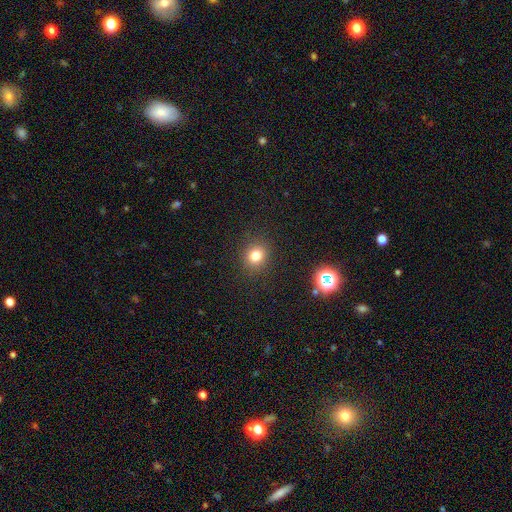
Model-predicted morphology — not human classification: A smooth galaxy with no disk features (79%) that is round (77%).

Vote fractions:
- Smooth or featured? smooth: 79% / star or artifact: 15% / featured or disk: 6%
- How rounded? round: 77% / in between: 22% / cigar-shaped: 1%
- Merging? none: 89% / minor disturbance: 7% / major disturbance: 3% / merger: 1%